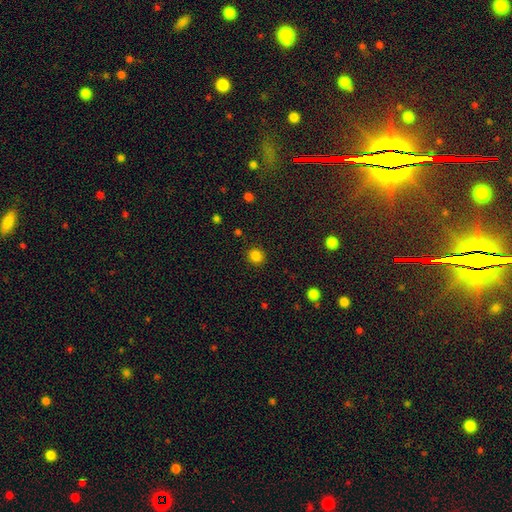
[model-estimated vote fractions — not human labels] This is clearly a smooth galaxy (84%). How rounded: clearly round (86%). Merging: clearly none (89%).